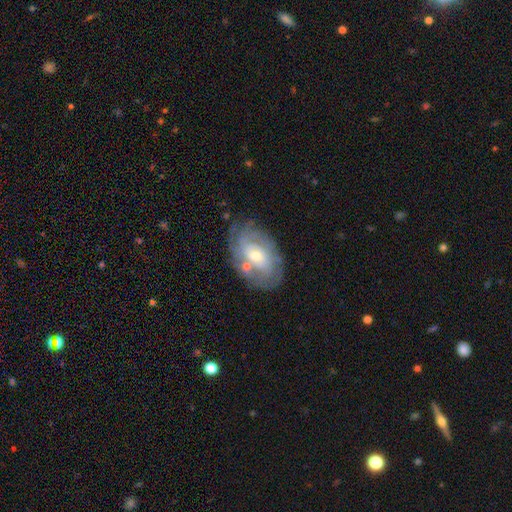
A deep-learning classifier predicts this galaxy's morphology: type=featured or disk (72%); edge-on=no (95%); bar=no (60%); spiral arms=yes (82%); winding=tight (65%); arm count=can't tell (51%); bulge=moderate (48%); merging=none (69%).